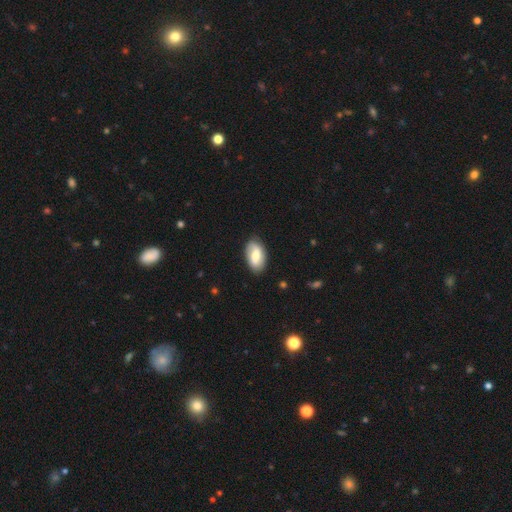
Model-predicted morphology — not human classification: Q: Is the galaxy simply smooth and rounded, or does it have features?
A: smooth — 65%.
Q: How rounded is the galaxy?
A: in between — 94%.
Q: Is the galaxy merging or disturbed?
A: none — 81%.